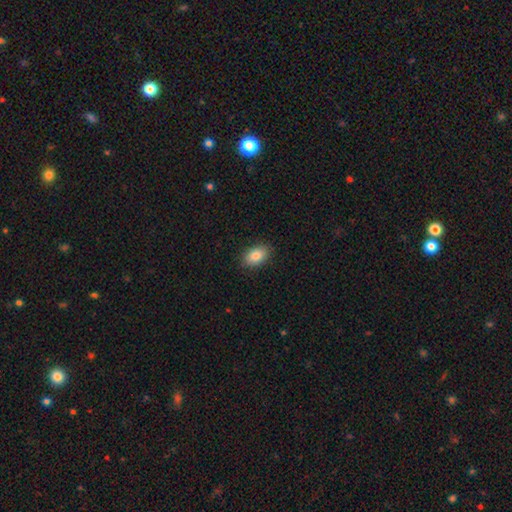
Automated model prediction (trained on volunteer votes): Q: Smooth or featured?
A: smooth (85%); runner-up: featured or disk (7%)
Q: How rounded?
A: in between (91%); runner-up: round (7%)
Q: Merging?
A: none (88%); runner-up: minor disturbance (9%)